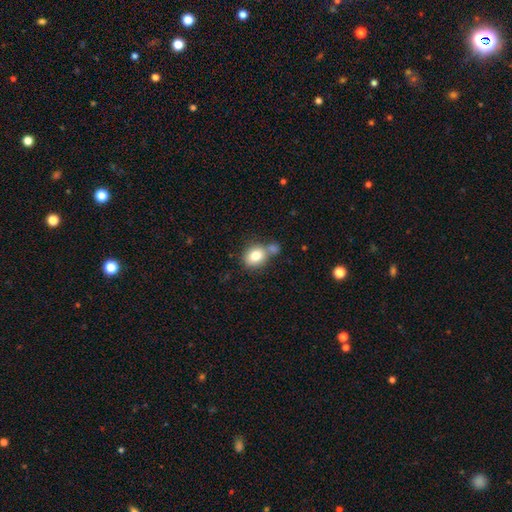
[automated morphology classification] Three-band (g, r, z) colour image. It shows a smooth galaxy with no disk features (80%) that is round (55%). Merging: none (51%).